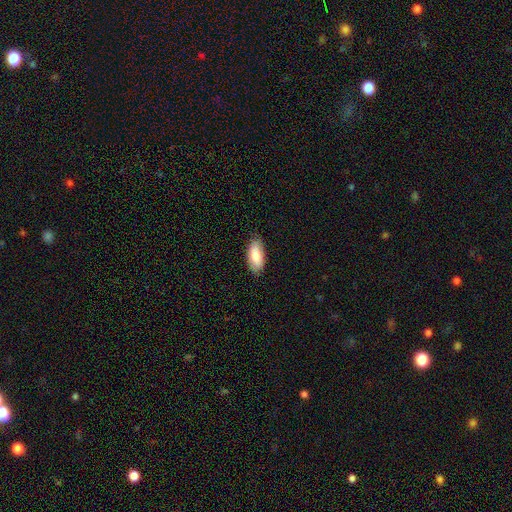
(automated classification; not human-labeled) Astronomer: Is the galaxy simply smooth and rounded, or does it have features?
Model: smooth — 80%.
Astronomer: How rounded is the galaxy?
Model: in between — 88%.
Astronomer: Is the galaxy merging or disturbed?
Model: none — 83%.